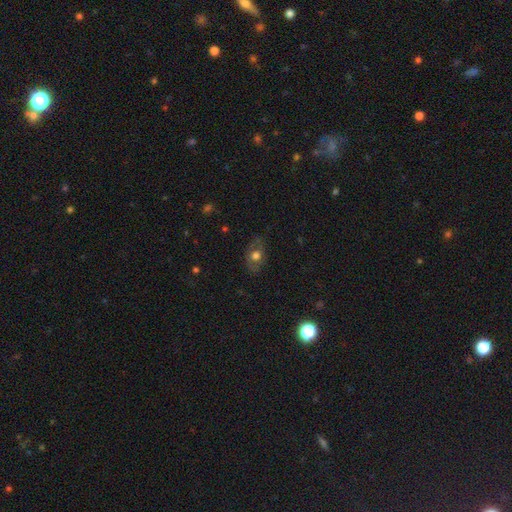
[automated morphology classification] smooth 55%, featured or disk 33%, star or artifact 12%. Down the decision tree: how rounded — in between (69%); merging — none (72%).